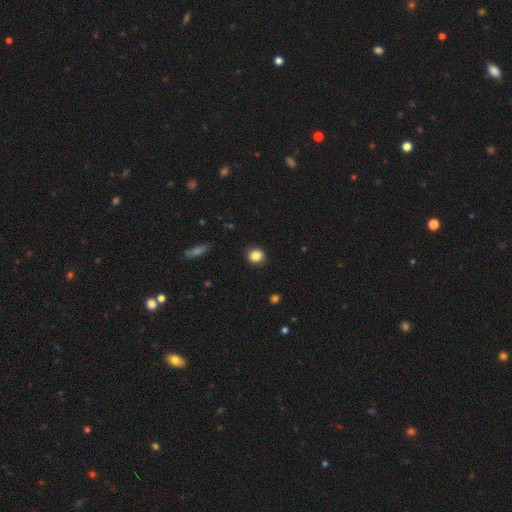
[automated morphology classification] Overall: smooth (85%). How rounded: round (84%). Merging: none (88%).